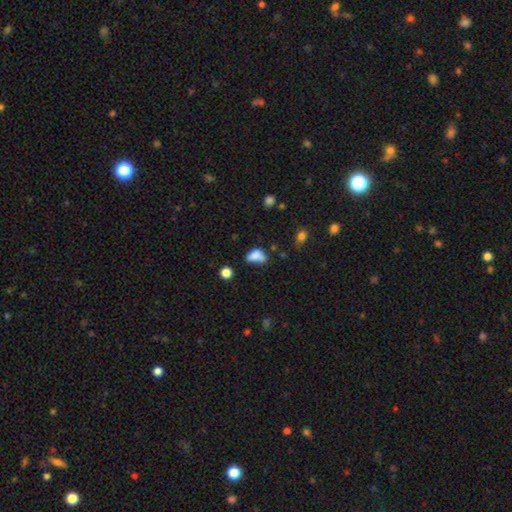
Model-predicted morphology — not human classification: This appears to be a smooth galaxy with no disk features (76%) that is in between round and cigar-shaped (82%). Merging: minor disturbance (33%).